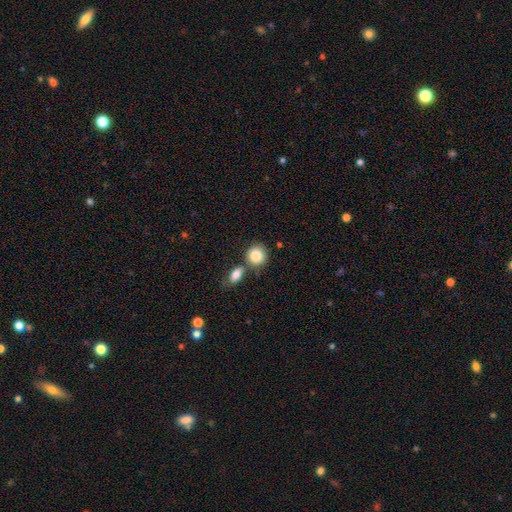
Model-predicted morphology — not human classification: Smooth or featured: smooth — 86% (star or artifact — 7%)
How rounded: round — 82% (in between — 16%)
Merging: none — 58% (merger — 27%)